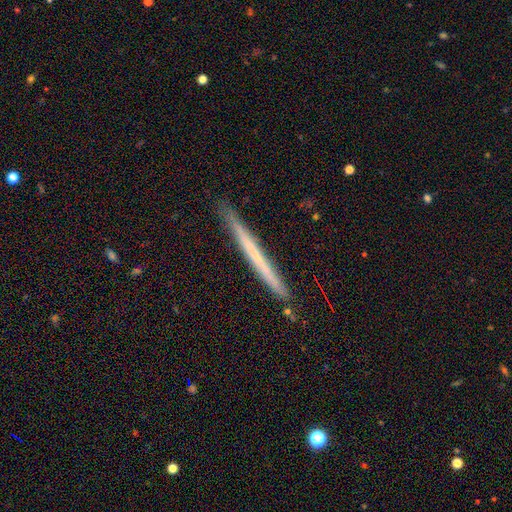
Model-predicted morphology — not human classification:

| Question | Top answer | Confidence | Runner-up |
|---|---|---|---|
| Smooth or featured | featured or disk | 47% | smooth (46%) |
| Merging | none | 89% | minor disturbance (8%) |